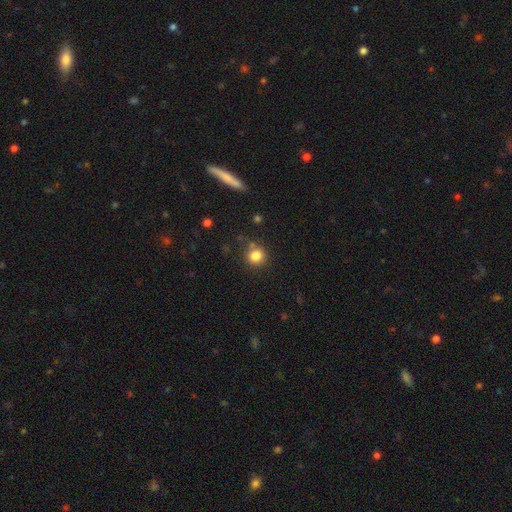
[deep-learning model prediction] A smooth galaxy with no disk features (83%) that is round (89%). Merging: none (78%).